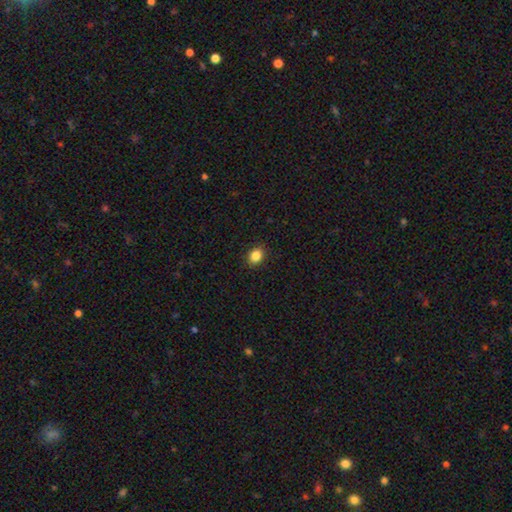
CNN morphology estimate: This is clearly a smooth galaxy (86%). How rounded: possibly in between (57%). Merging: clearly none (90%).